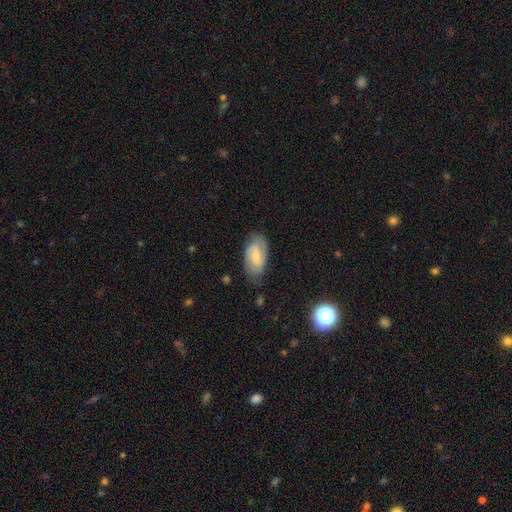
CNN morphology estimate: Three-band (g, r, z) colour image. It shows a featured or disk galaxy (52%). Merging: none (71%).